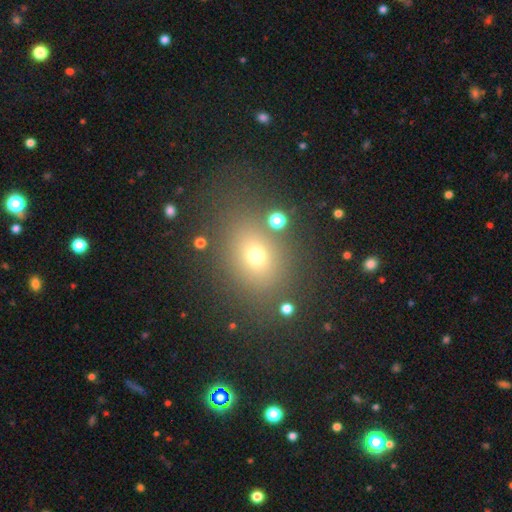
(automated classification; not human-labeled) This appears to be a smooth galaxy with no disk features (65%) that is in between round and cigar-shaped (51%). Merging: none (76%).